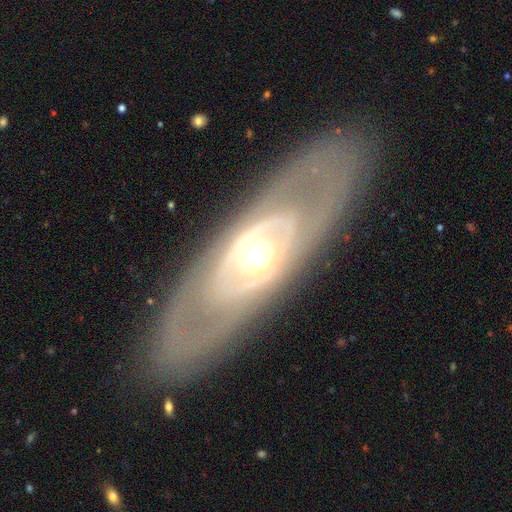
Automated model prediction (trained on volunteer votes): Smooth or featured? Predicted: featured or disk (p=0.76). Edge-on disk? Predicted: no (p=0.78). Bar? Predicted: no (p=0.78). Spiral arms? Predicted: no (p=0.73). Bulge size? Predicted: moderate (p=0.65). Merging? Predicted: none (p=0.85).